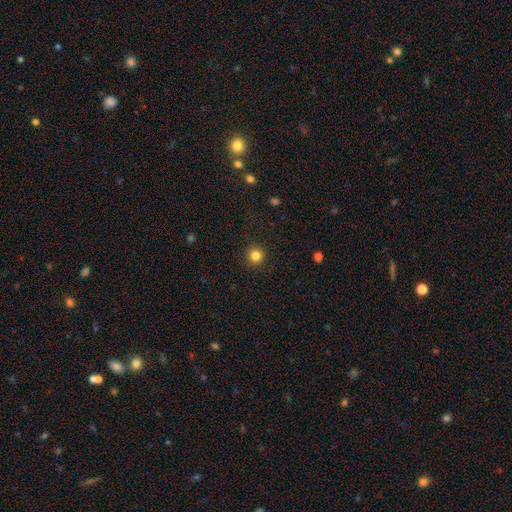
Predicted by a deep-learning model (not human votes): Morphology: type=smooth (83%); roundness=round (95%); merging=none (92%).